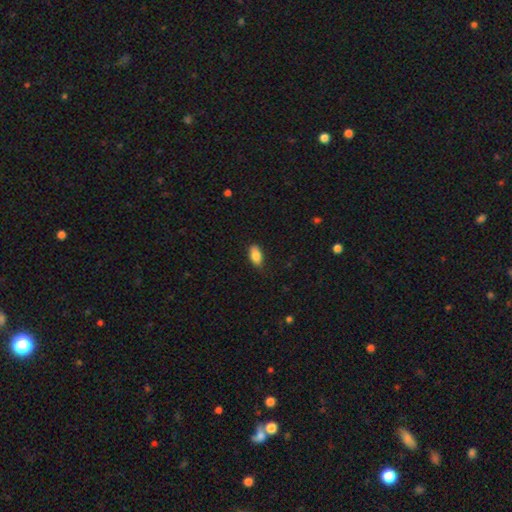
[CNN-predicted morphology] smooth_or_featured: smooth (p=0.85) [alt: star or artifact p=0.07]
how_rounded: in between (p=0.90) [alt: cigar-shaped p=0.06]
merging: none (p=0.75) [alt: minor disturbance p=0.20]